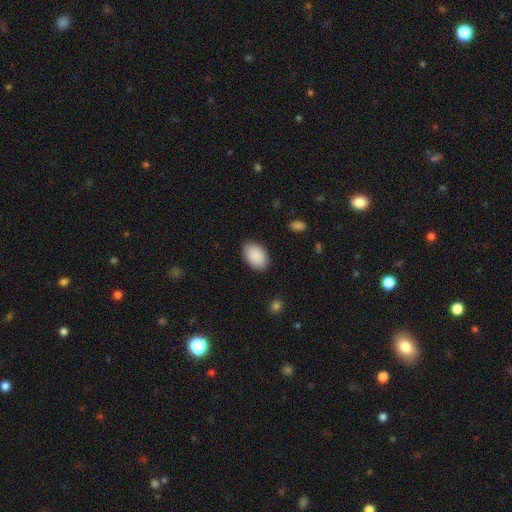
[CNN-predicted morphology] This appears to be a smooth galaxy with no disk features (91%) that is in between round and cigar-shaped (90%). Merging: none (88%).